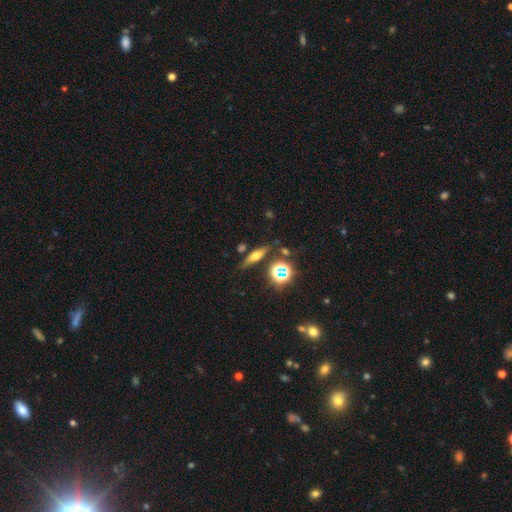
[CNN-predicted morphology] Smooth or featured? smooth (46%)
Merging? none (77%)